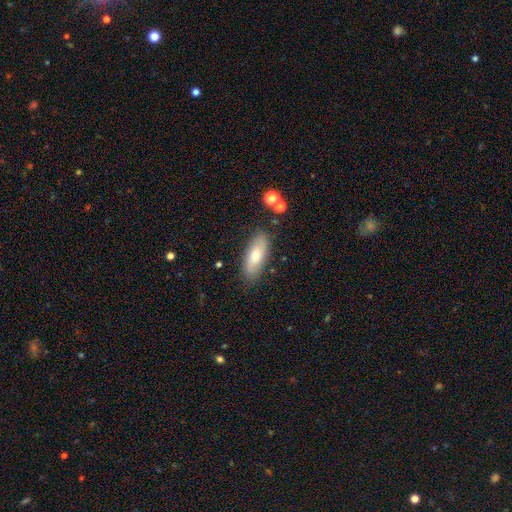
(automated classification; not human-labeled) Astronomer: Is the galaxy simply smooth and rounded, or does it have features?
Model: smooth — 71%.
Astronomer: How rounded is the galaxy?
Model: in between — 73%.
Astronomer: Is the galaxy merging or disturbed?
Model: none — 81%.